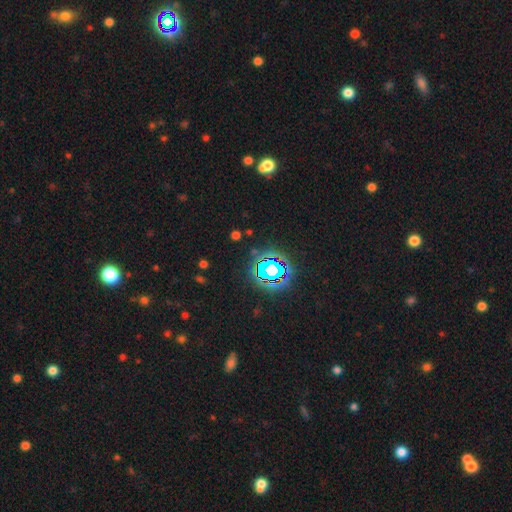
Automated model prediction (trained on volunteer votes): Smooth or featured: star or artifact — 78% (smooth — 14%)